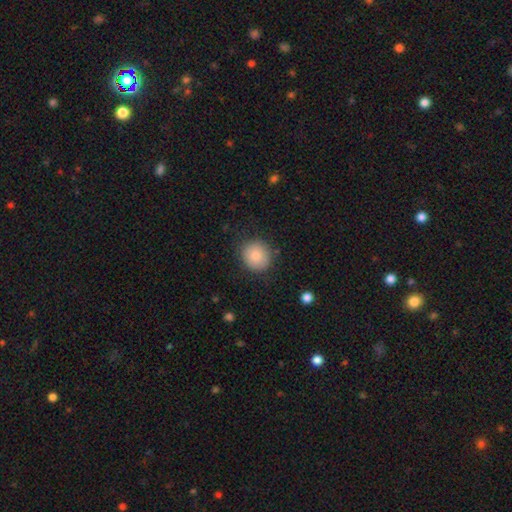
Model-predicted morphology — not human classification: Smooth or featured? smooth (82%)
How rounded? round (85%)
Merging? none (83%)